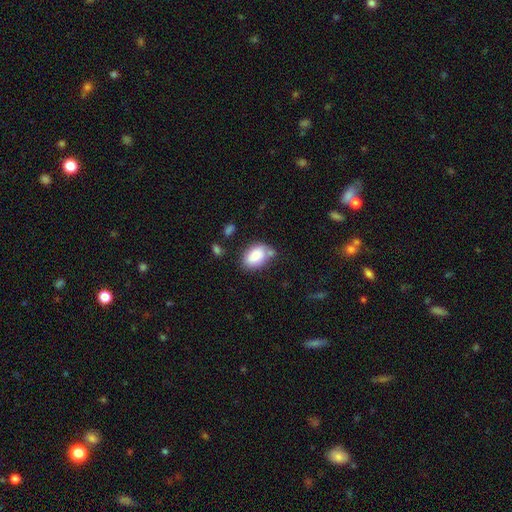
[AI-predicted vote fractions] smooth_or_featured: smooth (p=0.84) [alt: featured or disk p=0.09]
how_rounded: in between (p=0.86) [alt: round p=0.12]
merging: none (p=0.62) [alt: minor disturbance p=0.21]